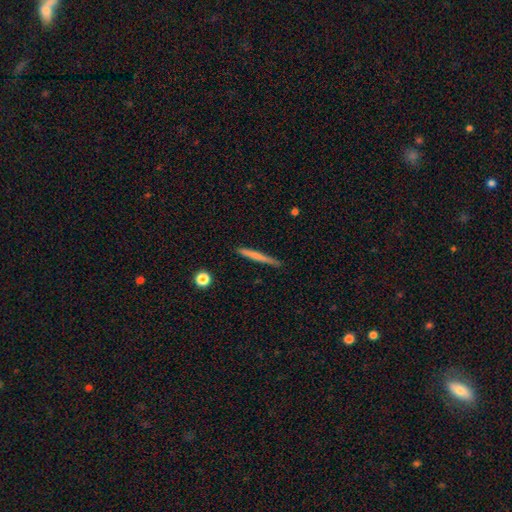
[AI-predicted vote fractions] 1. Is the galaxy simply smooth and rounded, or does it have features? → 61% smooth, 33% featured or disk, 6% star or artifact.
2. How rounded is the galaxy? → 96% cigar-shaped, 2% in between, 2% round.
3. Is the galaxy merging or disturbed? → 88% none, 9% minor disturbance, 2% major disturbance, 1% merger.